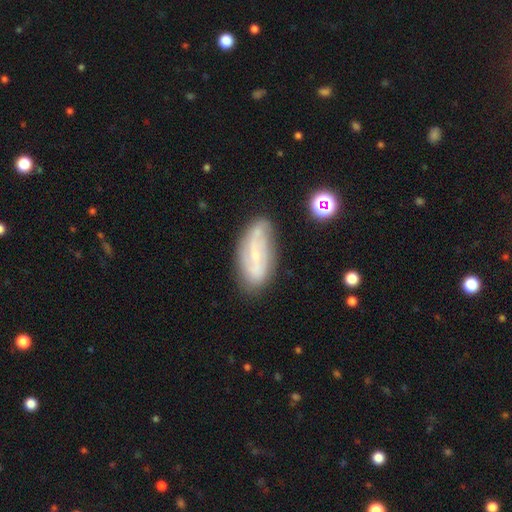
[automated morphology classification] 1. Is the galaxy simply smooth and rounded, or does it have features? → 60% featured or disk, 30% smooth, 9% star or artifact.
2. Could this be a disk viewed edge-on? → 89% no, 11% yes.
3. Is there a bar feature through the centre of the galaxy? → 46% no, 37% weak, 17% strong.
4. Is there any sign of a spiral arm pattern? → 78% yes, 22% no.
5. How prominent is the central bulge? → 74% small, 16% moderate, 8% none, 1% large, 1% dominant.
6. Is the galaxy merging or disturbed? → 71% none, 19% minor disturbance, 6% major disturbance, 4% merger.